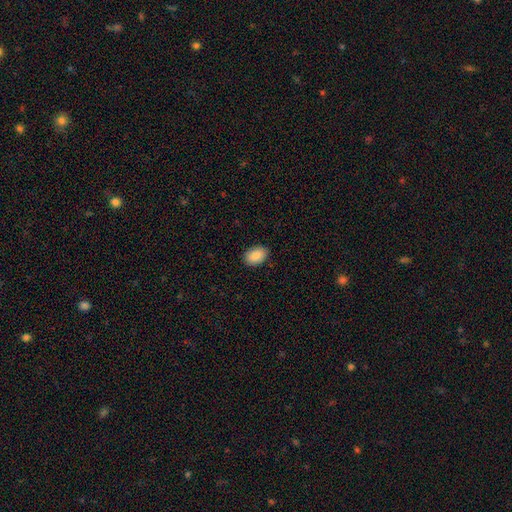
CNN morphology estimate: smooth_or_featured: smooth (p=0.88) [alt: star or artifact p=0.07]
how_rounded: in between (p=0.85) [alt: round p=0.14]
merging: none (p=0.88) [alt: minor disturbance p=0.09]